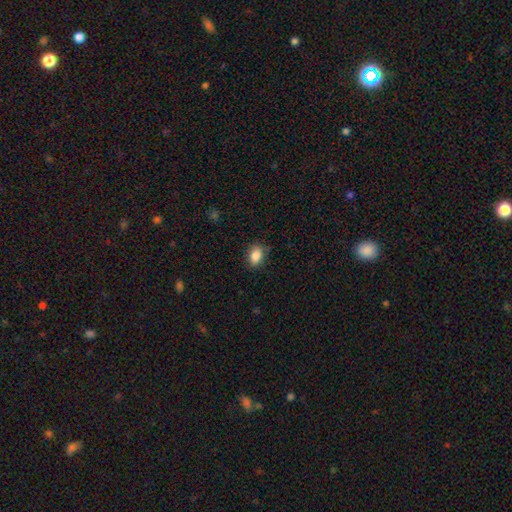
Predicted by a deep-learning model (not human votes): smooth_or_featured: smooth (p=0.86) [alt: star or artifact p=0.09]
how_rounded: in between (p=0.74) [alt: round p=0.25]
merging: none (p=0.79) [alt: minor disturbance p=0.16]